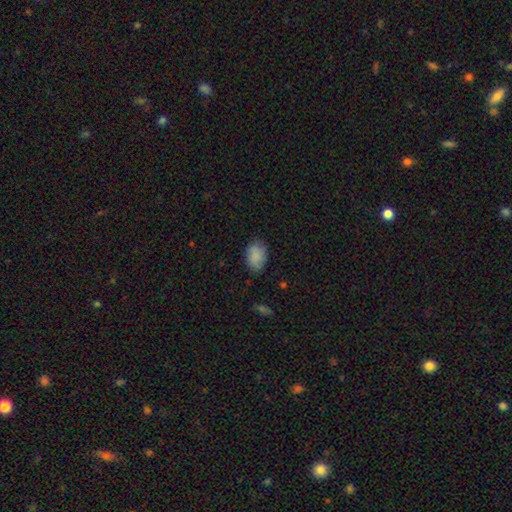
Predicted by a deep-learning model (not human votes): Smooth or featured? Predicted: smooth (p=0.83). How rounded? Predicted: in between (p=0.83). Merging? Predicted: none (p=0.75).